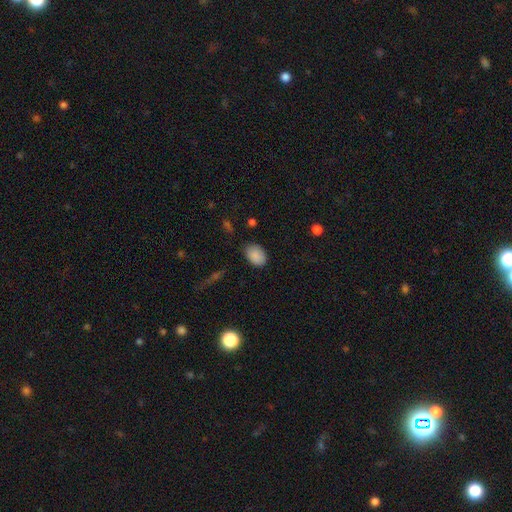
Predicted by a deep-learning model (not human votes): Smooth or featured? Predicted: smooth (p=0.87). How rounded? Predicted: in between (p=0.80). Merging? Predicted: none (p=0.79).